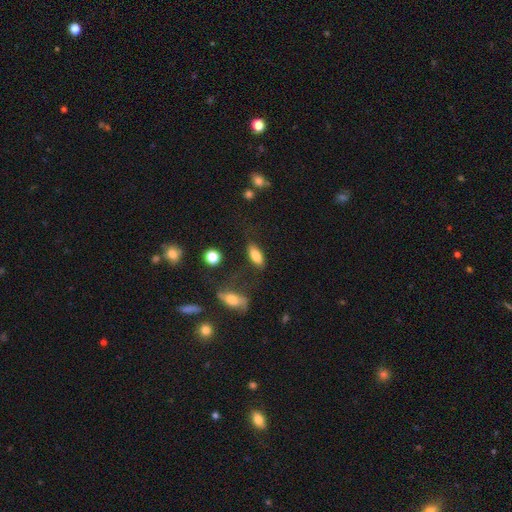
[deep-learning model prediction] Morphology: type=smooth (79%); roundness=in between (81%); merging=none (69%).